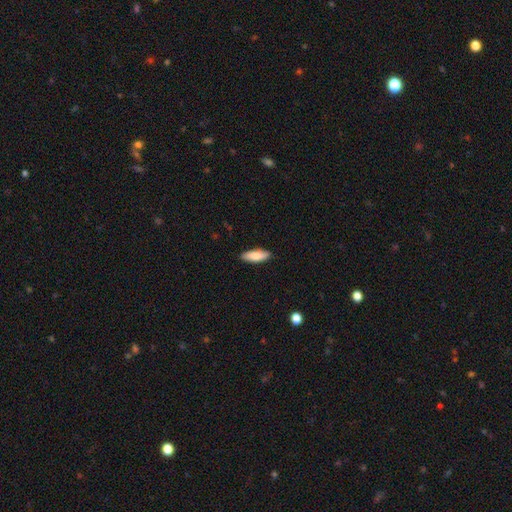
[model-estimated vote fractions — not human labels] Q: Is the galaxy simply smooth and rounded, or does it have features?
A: smooth — 81%.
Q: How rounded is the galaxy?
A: in between — 63%.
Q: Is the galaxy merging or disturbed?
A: none — 89%.